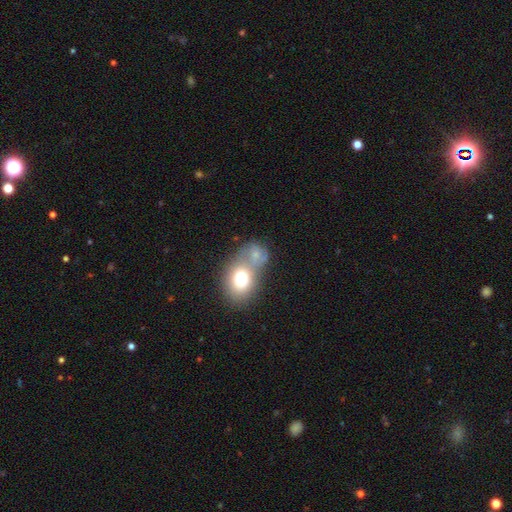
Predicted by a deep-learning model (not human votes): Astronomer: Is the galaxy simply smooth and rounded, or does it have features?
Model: smooth — 72%.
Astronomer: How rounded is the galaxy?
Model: in between — 59% (runner-up: round, 39%).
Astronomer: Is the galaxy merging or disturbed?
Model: merger — 61%.